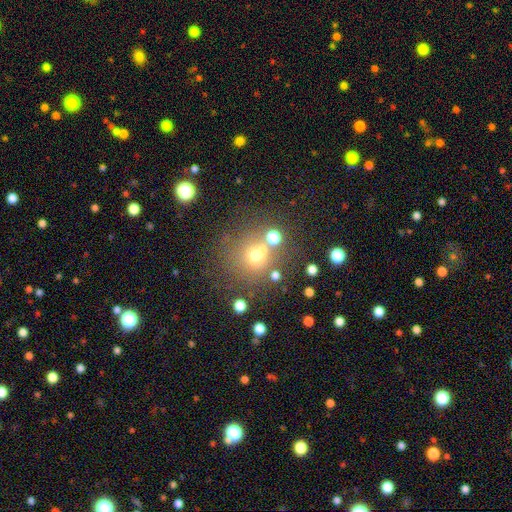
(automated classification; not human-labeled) Smooth or featured: smooth — 60% (star or artifact — 24%)
How rounded: round — 88% (in between — 11%)
Merging: none — 62% (merger — 20%)